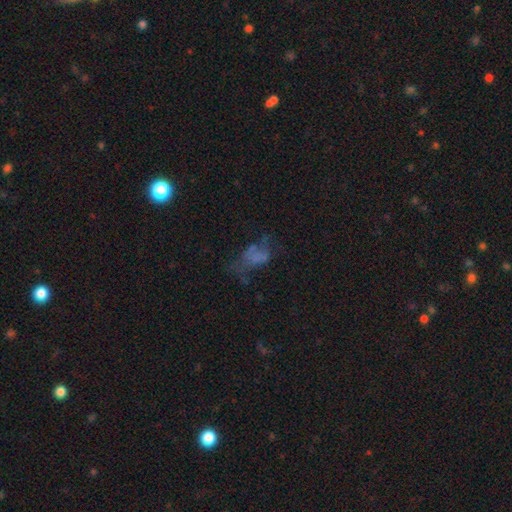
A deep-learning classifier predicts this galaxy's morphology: smooth-or-featured: featured or disk: 39% | smooth: 38% | star or artifact: 23%
  merging: major disturbance: 40% | none: 32% | minor disturbance: 19% | merger: 9%